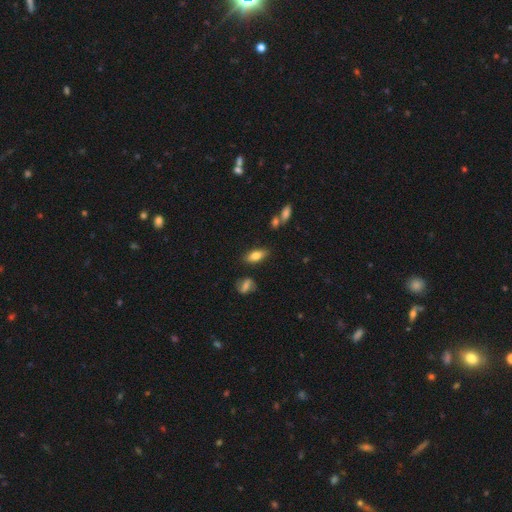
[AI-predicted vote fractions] Smooth or featured? smooth (75%)
How rounded? in between (80%)
Merging? none (80%)